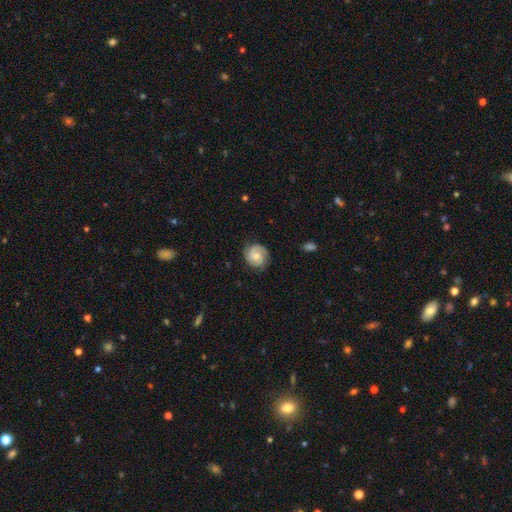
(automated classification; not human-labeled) Smooth or featured: featured or disk — 72% (smooth — 22%)
Edge-on disk: no — 98% (yes — 2%)
Bar: no — 54% (weak — 39%)
Spiral arms: yes — 95% (no — 5%)
Spiral winding: tight — 53% (medium — 37%)
Spiral arm count: 2 — 80% (can't tell — 8%)
Bulge size: moderate — 48% (small — 38%)
Merging: none — 81% (minor disturbance — 14%)